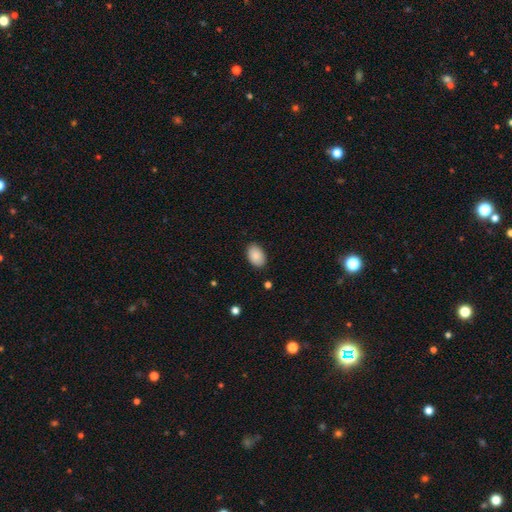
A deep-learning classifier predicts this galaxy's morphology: Smooth or featured? Predicted: smooth (p=0.89). How rounded? Predicted: in between (p=0.89). Merging? Predicted: none (p=0.86).